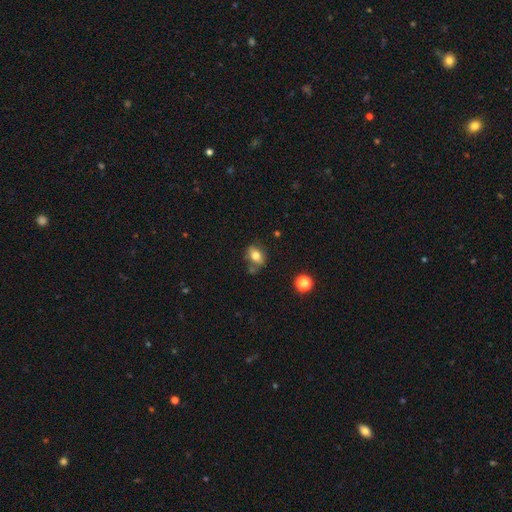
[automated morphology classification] The model was most divided on "merging": none: 66%, minor disturbance: 19%, merger: 10%, major disturbance: 5%. More confident: how rounded — in between (73%); smooth or featured — smooth (72%).